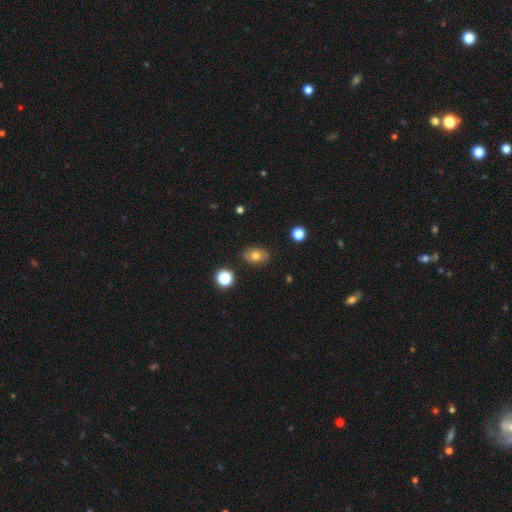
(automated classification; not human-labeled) Smooth or featured?
  - smooth: 74% *
  - featured or disk: 14%
  - star or artifact: 12%
How rounded?
  - in between: 78% *
  - round: 20%
  - cigar-shaped: 1%
Merging?
  - none: 84% *
  - minor disturbance: 11%
  - major disturbance: 3%
  - merger: 2%